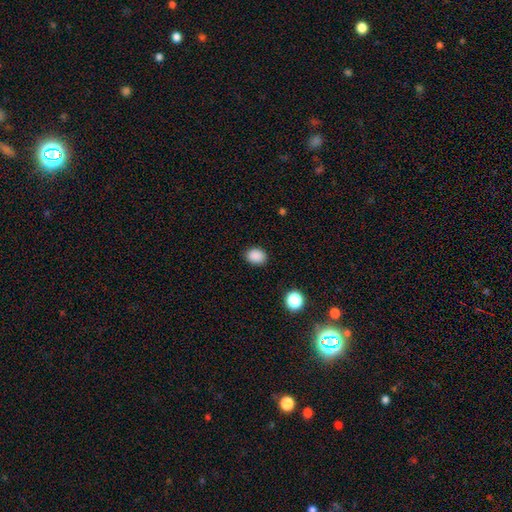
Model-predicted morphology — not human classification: Q: Smooth or featured?
A: smooth (87%); runner-up: star or artifact (10%)
Q: How rounded?
A: in between (56%); runner-up: round (43%)
Q: Merging?
A: none (87%); runner-up: minor disturbance (9%)